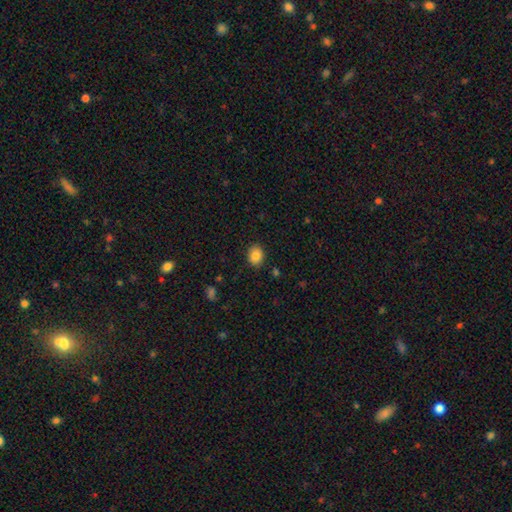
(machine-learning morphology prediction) smooth_or_featured: smooth (p=0.85) [alt: star or artifact p=0.09]
how_rounded: in between (p=0.51) [alt: round p=0.48]
merging: none (p=0.88) [alt: minor disturbance p=0.09]